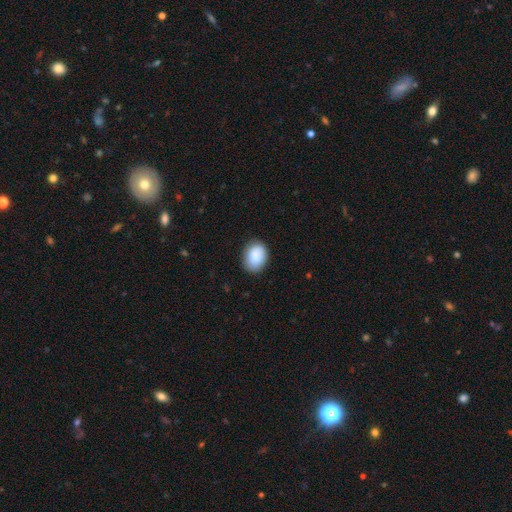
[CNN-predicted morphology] Smooth or featured: smooth — 89% (star or artifact — 6%)
How rounded: in between — 70% (round — 29%)
Merging: none — 84% (minor disturbance — 12%)